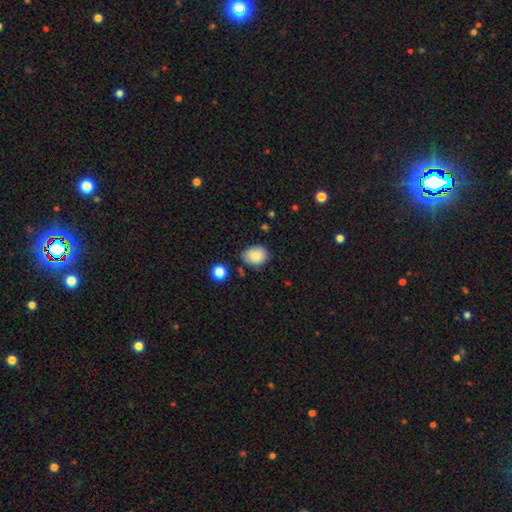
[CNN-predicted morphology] Smooth or featured: smooth — 85% (star or artifact — 9%)
How rounded: in between — 55% (round — 44%)
Merging: none — 77% (minor disturbance — 16%)